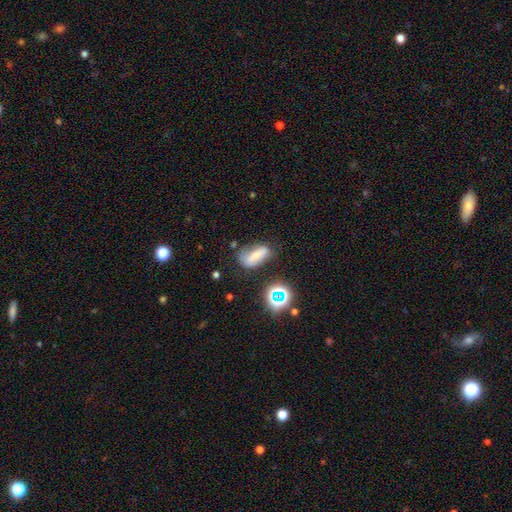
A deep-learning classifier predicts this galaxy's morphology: A smooth galaxy with no disk features (56%) that is in between round and cigar-shaped (75%). Merging: none (46%).